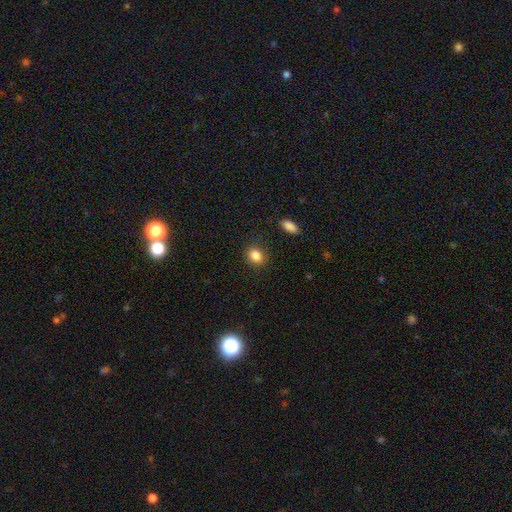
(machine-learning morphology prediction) smooth 86%, star or artifact 10%, featured or disk 5%. Down the decision tree: how rounded — round (57%); merging — none (85%).